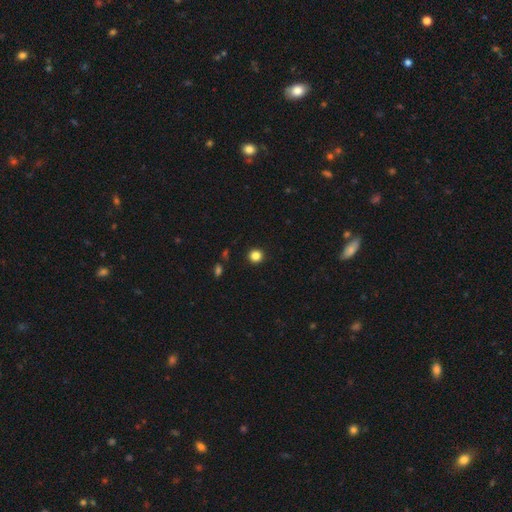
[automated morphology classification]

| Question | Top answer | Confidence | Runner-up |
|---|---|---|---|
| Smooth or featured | smooth | 84% | star or artifact (12%) |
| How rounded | round | 95% | in between (4%) |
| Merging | none | 92% | minor disturbance (5%) |